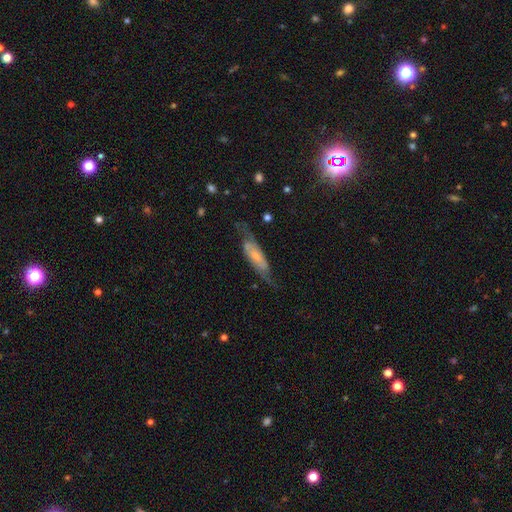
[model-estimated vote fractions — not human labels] This is likely a featured or disk galaxy (64%). It is likely not viewed edge-on (72%). Merging: likely none (60%).